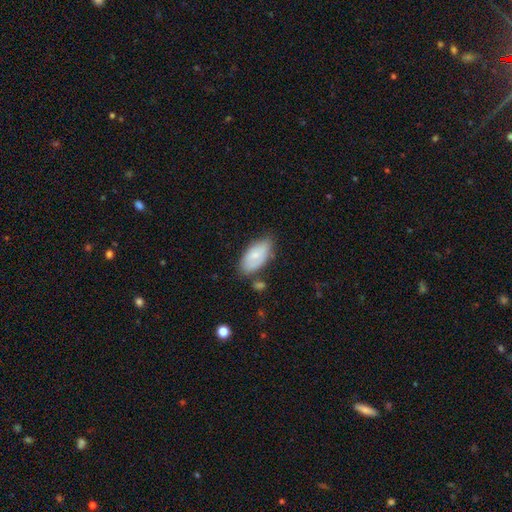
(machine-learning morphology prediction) Q: Smooth or featured?
A: smooth (70%); runner-up: featured or disk (24%)
Q: How rounded?
A: in between (93%); runner-up: cigar-shaped (4%)
Q: Merging?
A: none (65%); runner-up: minor disturbance (25%)